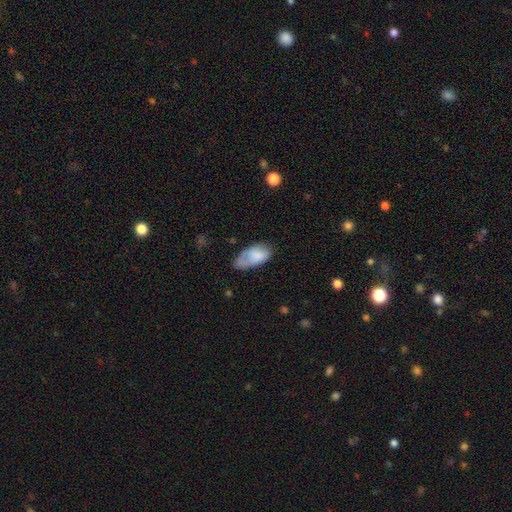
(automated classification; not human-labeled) A smooth galaxy with no disk features (75%) that is in between round and cigar-shaped (93%). Merging: none (44%).